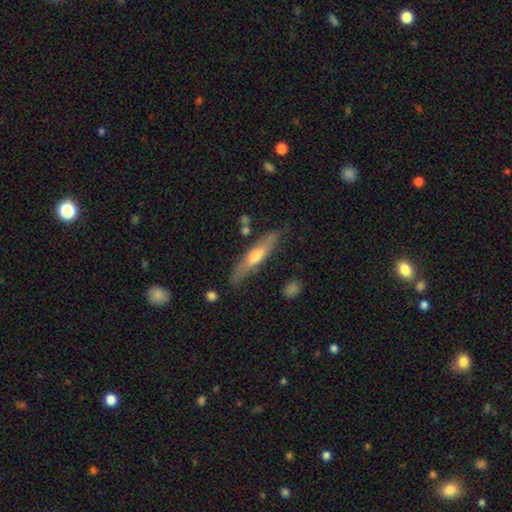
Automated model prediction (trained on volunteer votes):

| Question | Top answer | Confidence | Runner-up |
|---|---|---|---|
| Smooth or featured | featured or disk | 50% | smooth (44%) |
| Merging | none | 79% | minor disturbance (15%) |